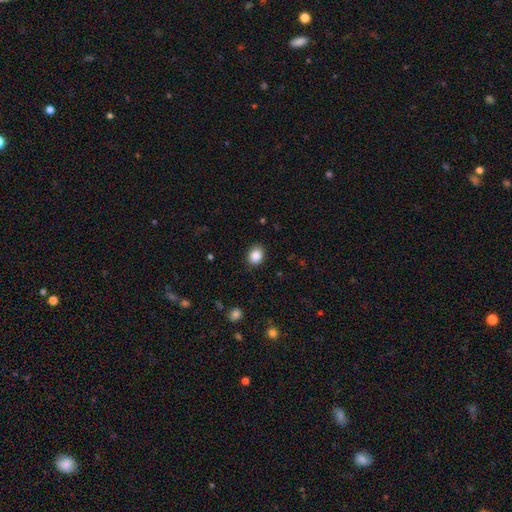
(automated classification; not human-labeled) This appears to be a smooth galaxy with no disk features (88%) that is in between round and cigar-shaped (54%). Merging: none (86%).